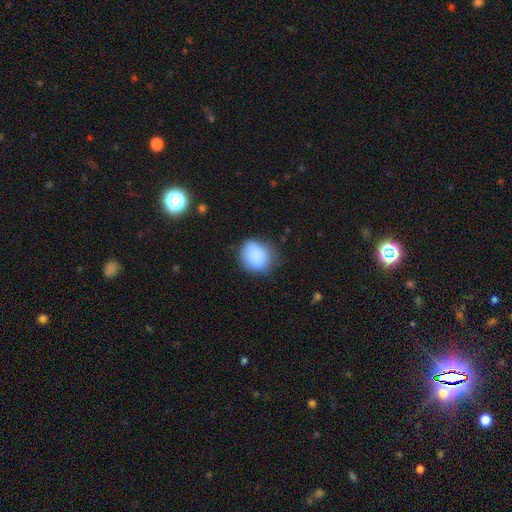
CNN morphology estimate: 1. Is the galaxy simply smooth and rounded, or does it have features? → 86% smooth, 8% star or artifact, 6% featured or disk.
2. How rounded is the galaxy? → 56% round, 43% in between, 1% cigar-shaped.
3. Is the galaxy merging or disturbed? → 66% none, 25% minor disturbance, 7% major disturbance, 2% merger.